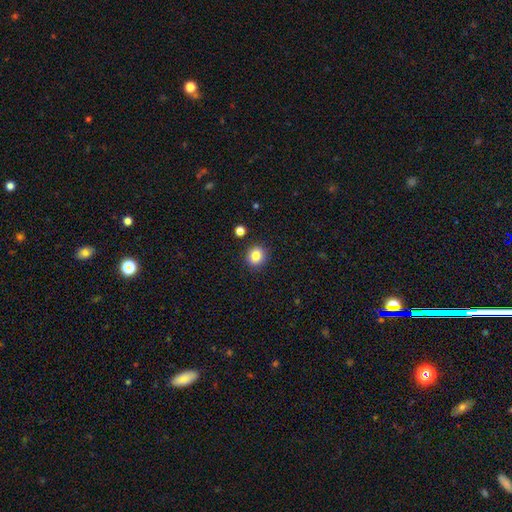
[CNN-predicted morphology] type=smooth (83%); roundness=round (85%); merging=none (89%).